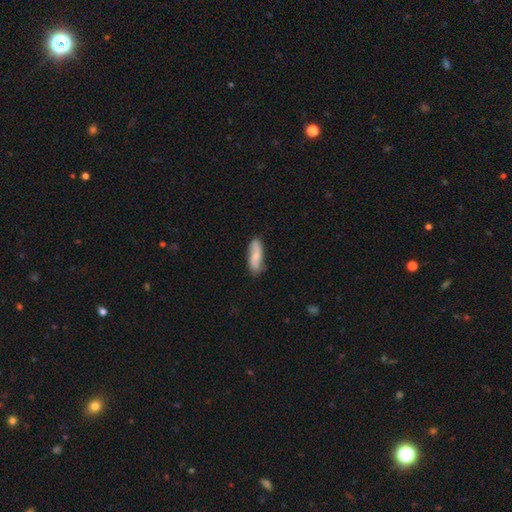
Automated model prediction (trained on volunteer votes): The model was most divided on "how rounded": in between: 57%, cigar-shaped: 41%, round: 2%. More confident: merging — none (75%); smooth or featured — smooth (66%).